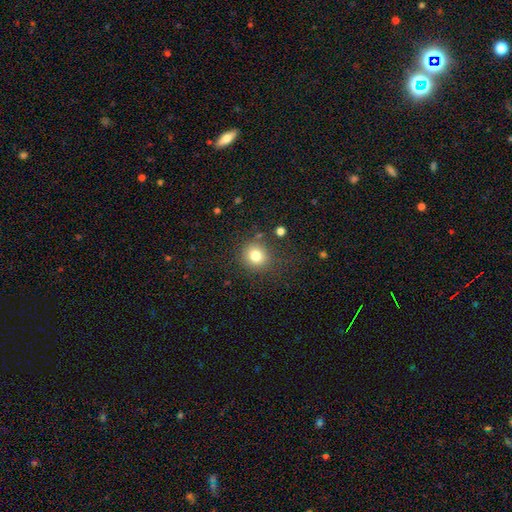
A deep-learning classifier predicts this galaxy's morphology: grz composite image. It shows a smooth galaxy with no disk features (79%) that is round (87%). Merging: none (81%).